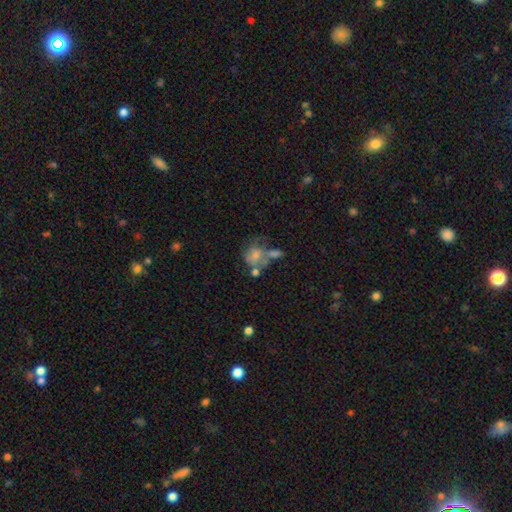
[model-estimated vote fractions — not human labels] smooth-or-featured: smooth: 57% | featured or disk: 32% | star or artifact: 11%
  how-rounded: round: 50% | in between: 49% | cigar-shaped: 1%
  merging: merger: 39% | none: 22% | major disturbance: 22% | minor disturbance: 16%